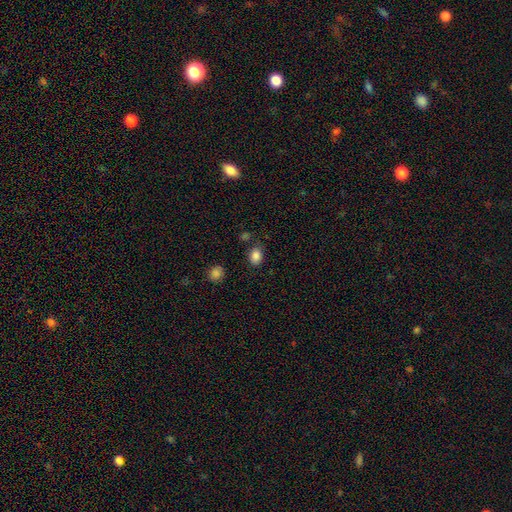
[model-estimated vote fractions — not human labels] Smooth or featured? smooth (85%)
How rounded? in between (69%)
Merging? none (78%)